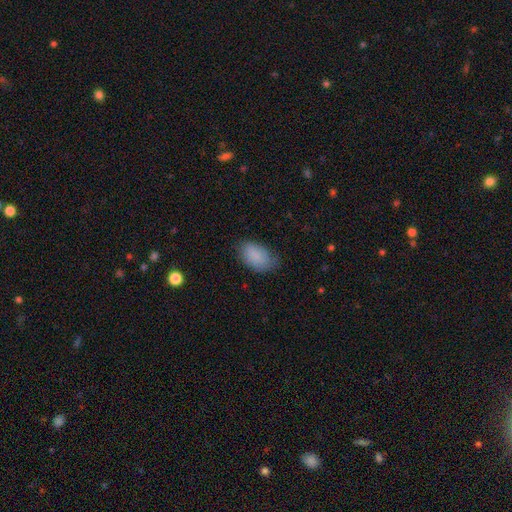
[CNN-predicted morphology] Smooth or featured?
  - smooth: 86% *
  - featured or disk: 8%
  - star or artifact: 7%
How rounded?
  - in between: 92% *
  - round: 6%
  - cigar-shaped: 2%
Merging?
  - none: 67% *
  - minor disturbance: 26%
  - major disturbance: 6%
  - merger: 1%